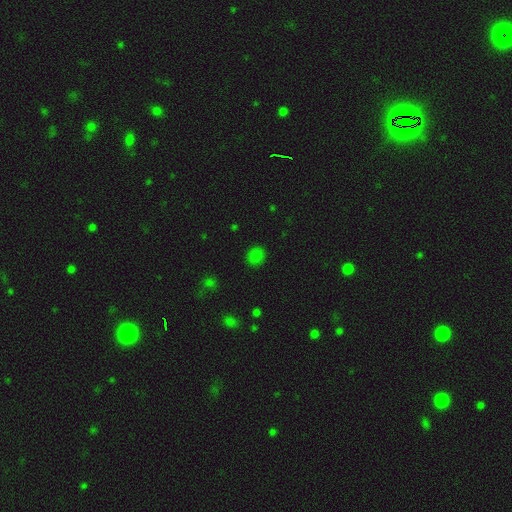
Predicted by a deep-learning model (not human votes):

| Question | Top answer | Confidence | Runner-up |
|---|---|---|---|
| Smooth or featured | smooth | 79% | star or artifact (18%) |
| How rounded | round | 73% | in between (26%) |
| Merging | none | 86% | minor disturbance (10%) |